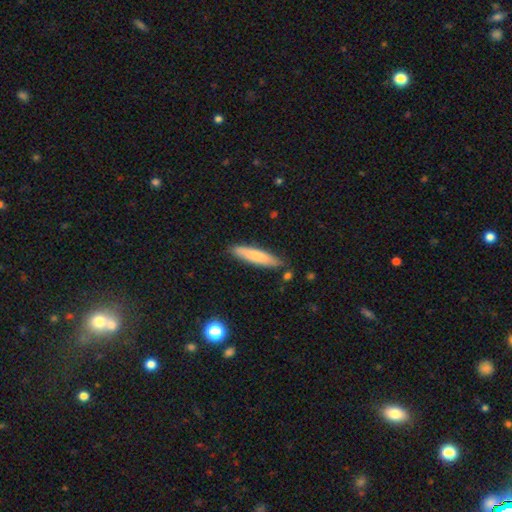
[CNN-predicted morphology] A smooth galaxy with no disk features (75%) that is cigar-shaped (86%). Merging: none (84%).